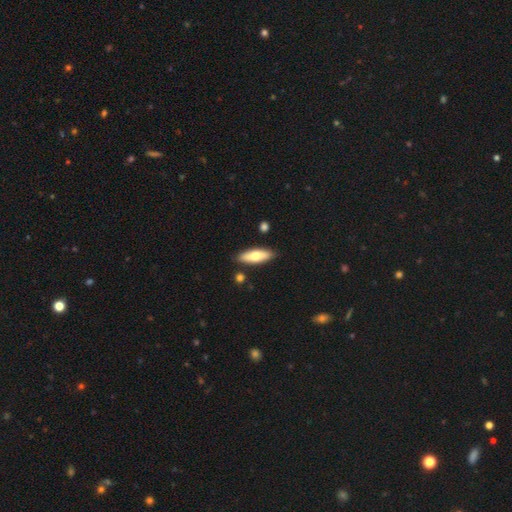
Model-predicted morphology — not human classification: Q: Smooth or featured?
A: smooth (67%); runner-up: featured or disk (27%)
Q: How rounded?
A: in between (60%); runner-up: cigar-shaped (38%)
Q: Merging?
A: none (85%); runner-up: minor disturbance (10%)